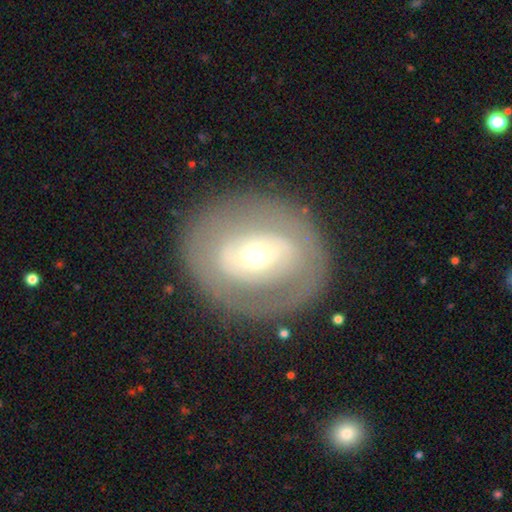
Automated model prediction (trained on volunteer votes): Smooth or featured?
  - featured or disk: 57% *
  - smooth: 35%
  - star or artifact: 7%
Edge-on disk?
  - no: 93% *
  - yes: 7%
Bar?
  - no: 57% *
  - weak: 23%
  - strong: 20%
Spiral arms?
  - no: 81% *
  - yes: 19%
Bulge size?
  - small: 48% *
  - moderate: 44%
  - large: 6%
  - dominant: 2%
  - none: 1%
Merging?
  - none: 80% *
  - minor disturbance: 11%
  - major disturbance: 7%
  - merger: 1%